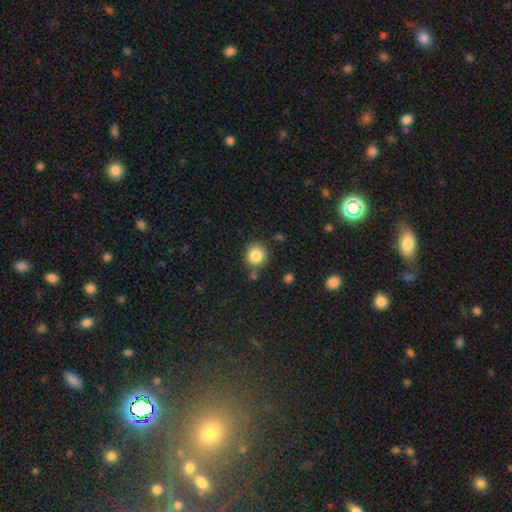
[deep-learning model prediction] Overall: smooth (84%). How rounded: round (86%). Merging: none (79%).